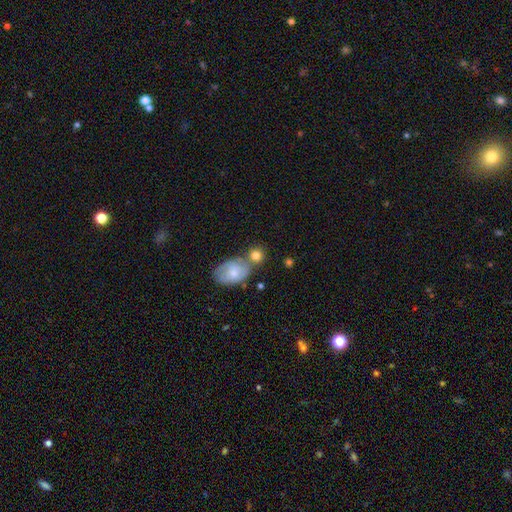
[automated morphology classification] A smooth galaxy with no disk features (77%) that is round (76%). Merging: none (52%).